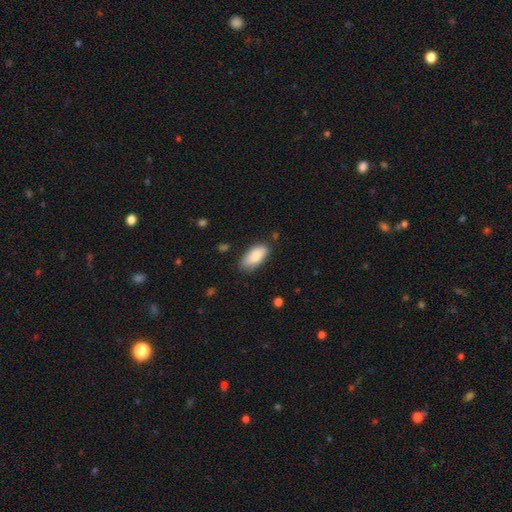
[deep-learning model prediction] smooth-or-featured: smooth: 83% | featured or disk: 11% | star or artifact: 6%
  how-rounded: in between: 91% | cigar-shaped: 7% | round: 2%
  merging: none: 79% | minor disturbance: 16% | major disturbance: 3% | merger: 2%